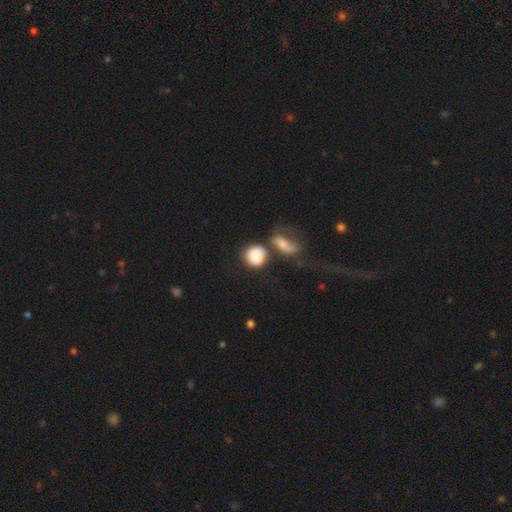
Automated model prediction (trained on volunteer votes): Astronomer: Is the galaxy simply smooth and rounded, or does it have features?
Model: smooth — 83%.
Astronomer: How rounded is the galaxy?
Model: round — 73%.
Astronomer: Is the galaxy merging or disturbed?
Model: merger — 39% (runner-up: none, 36%).